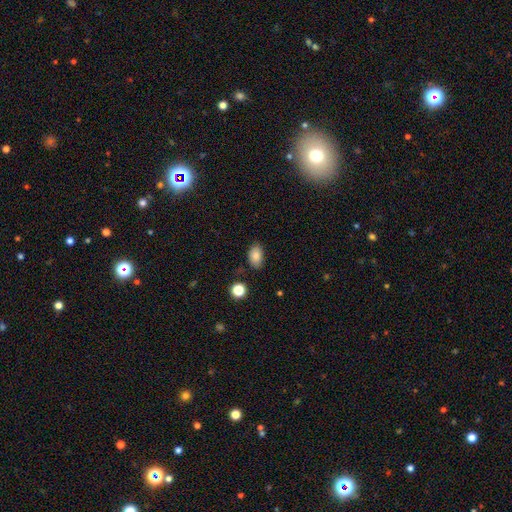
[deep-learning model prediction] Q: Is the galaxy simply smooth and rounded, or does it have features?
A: smooth — 84%.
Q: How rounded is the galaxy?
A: in between — 88%.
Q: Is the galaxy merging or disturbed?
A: none — 80%.